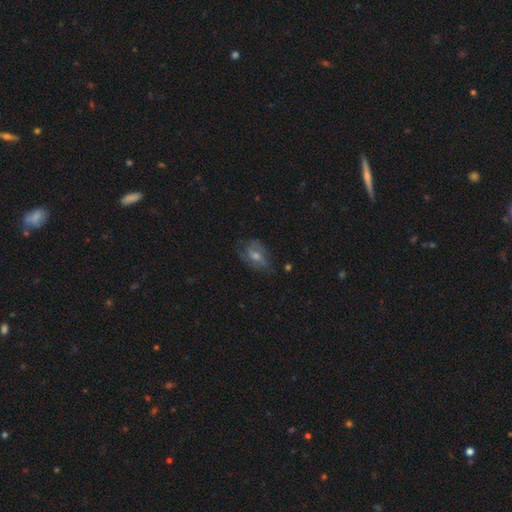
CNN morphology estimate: smooth_or_featured: featured or disk (p=0.57) [alt: smooth p=0.27]
disk_edge_on: no (p=0.94) [alt: yes p=0.06]
bar: no (p=0.55) [alt: weak p=0.36]
has_spiral_arms: yes (p=0.79) [alt: no p=0.21]
bulge_size: moderate (p=0.52) [alt: small p=0.38]
merging: none (p=0.62) [alt: minor disturbance p=0.23]